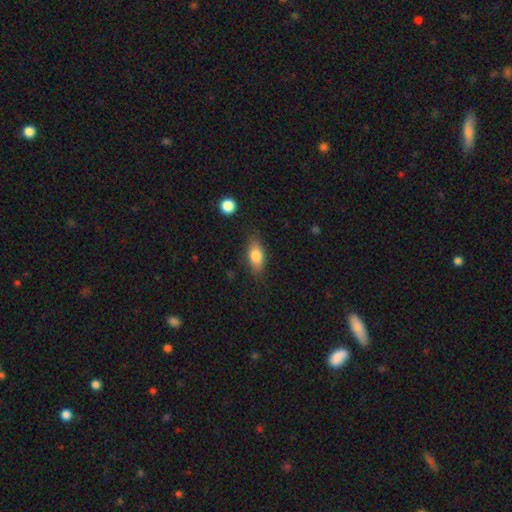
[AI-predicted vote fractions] smooth_or_featured: smooth (p=0.79) [alt: featured or disk p=0.14]
how_rounded: in between (p=0.83) [alt: cigar-shaped p=0.12]
merging: none (p=0.80) [alt: minor disturbance p=0.15]